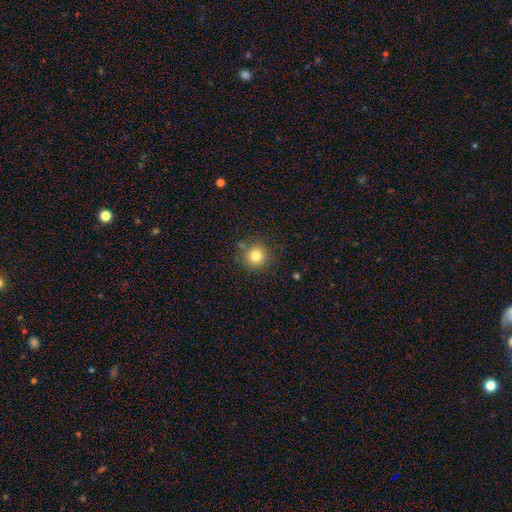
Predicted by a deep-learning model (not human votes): Overall: smooth (81%). How rounded: round (94%). Merging: none (83%).